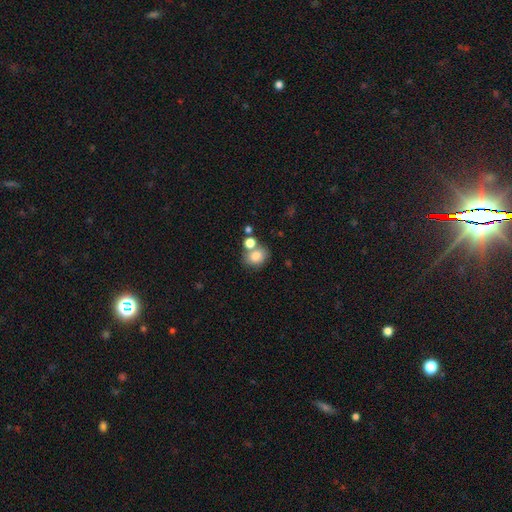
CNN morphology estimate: smooth 79%, star or artifact 11%, featured or disk 10%. Down the decision tree: how rounded — round (52%); merging — none (54%).